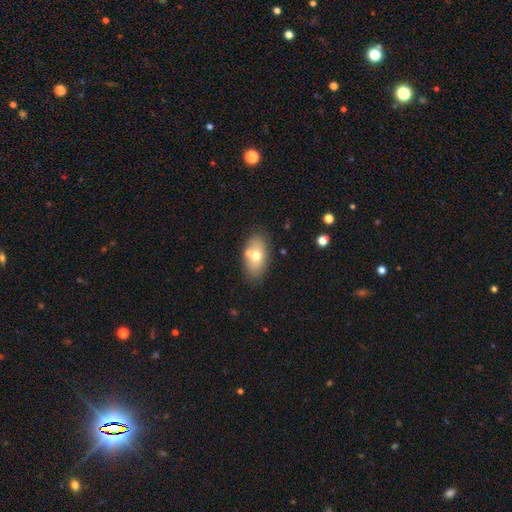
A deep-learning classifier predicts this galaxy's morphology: type=smooth (66%); roundness=in between (90%); merging=none (70%).